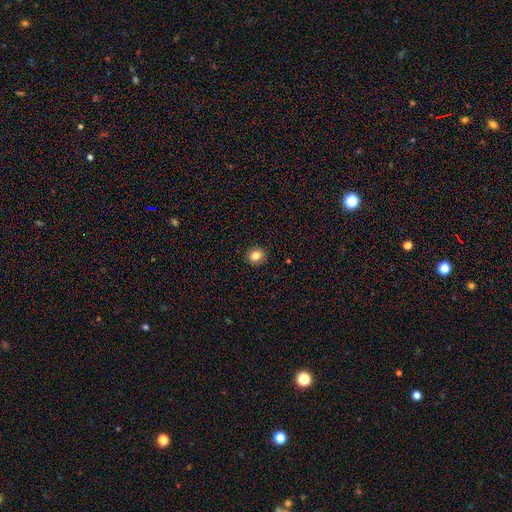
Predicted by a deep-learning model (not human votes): Overall: smooth (83%). How rounded: round (79%). Merging: none (92%).